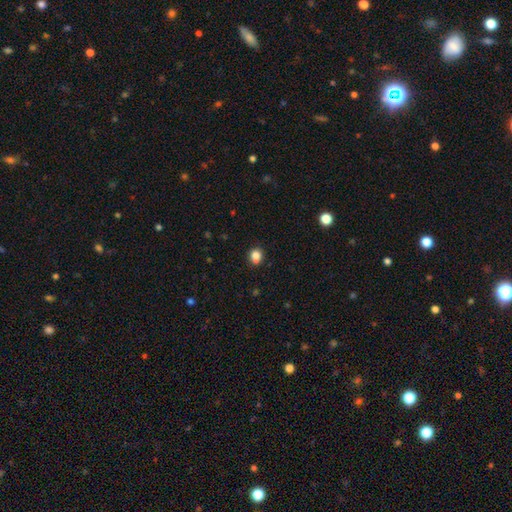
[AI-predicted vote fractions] Smooth or featured? smooth (84%)
How rounded? round (69%)
Merging? none (78%)